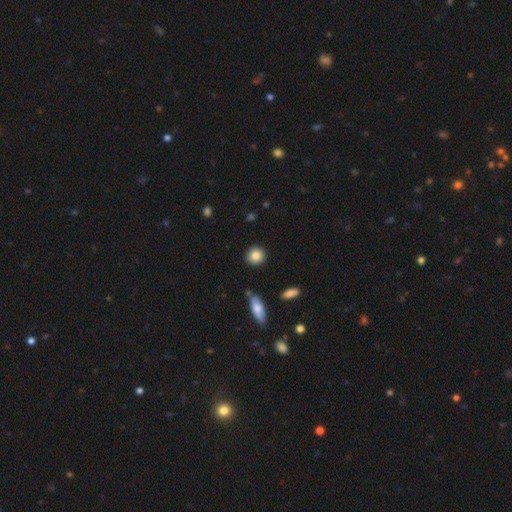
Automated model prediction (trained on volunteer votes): Morphology: type=smooth (86%); roundness=round (87%); merging=none (88%).